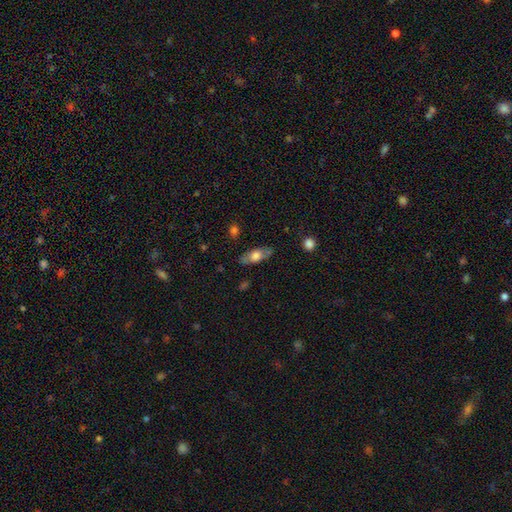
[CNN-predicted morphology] A smooth galaxy with no disk features (62%) that is in between round and cigar-shaped (77%).

Vote fractions:
- Smooth or featured? smooth: 62% / featured or disk: 32% / star or artifact: 7%
- How rounded? in between: 77% / cigar-shaped: 19% / round: 5%
- Merging? none: 79% / minor disturbance: 15% / major disturbance: 4% / merger: 2%